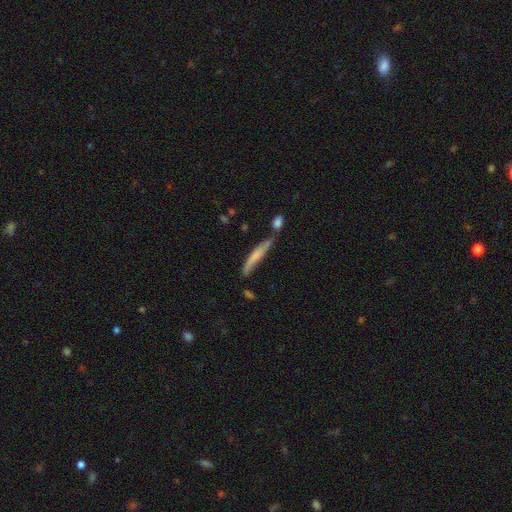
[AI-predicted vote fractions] Q: Smooth or featured?
A: smooth (62%); runner-up: featured or disk (31%)
Q: How rounded?
A: cigar-shaped (92%); runner-up: in between (6%)
Q: Merging?
A: none (50%); runner-up: minor disturbance (21%)